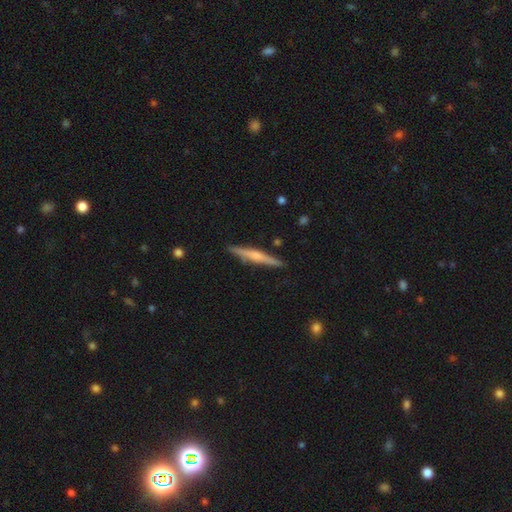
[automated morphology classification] type=featured or disk (62%); edge-on=yes (98%); edge-on bulge=rounded (68%); merging=none (89%).